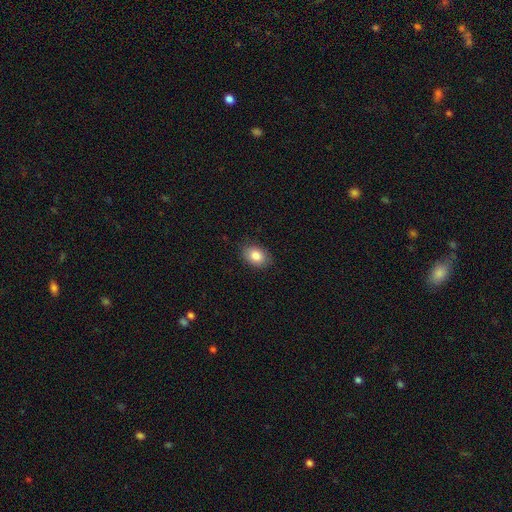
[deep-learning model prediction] smooth-or-featured: smooth: 85% | featured or disk: 8% | star or artifact: 8%
  how-rounded: in between: 79% | round: 20% | cigar-shaped: 1%
  merging: none: 86% | minor disturbance: 11% | major disturbance: 3% | merger: 1%